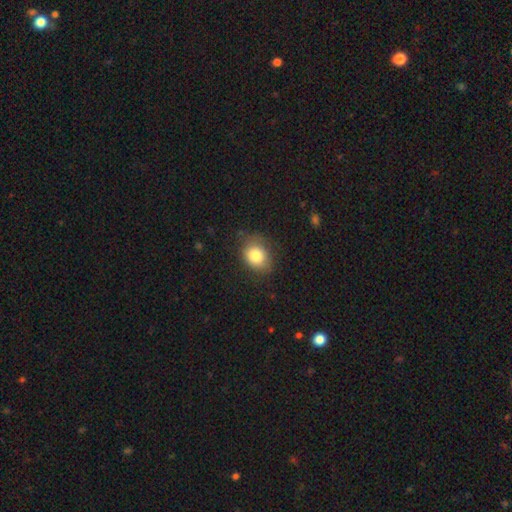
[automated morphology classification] A smooth galaxy with no disk features (82%) that is round (52%). Merging: none (76%).